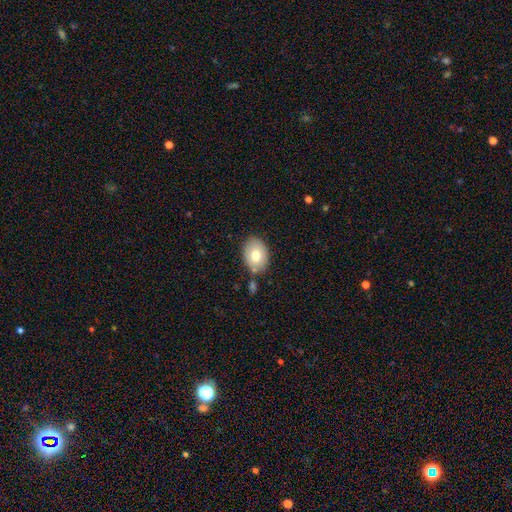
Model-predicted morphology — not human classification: Smooth or featured? smooth (74%)
How rounded? in between (74%)
Merging? none (75%)